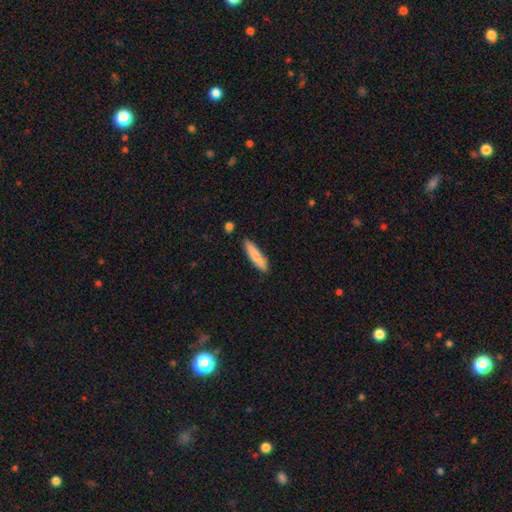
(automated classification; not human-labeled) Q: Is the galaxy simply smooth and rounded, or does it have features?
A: smooth — 83%.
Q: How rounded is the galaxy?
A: cigar-shaped — 84%.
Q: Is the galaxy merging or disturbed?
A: none — 86%.